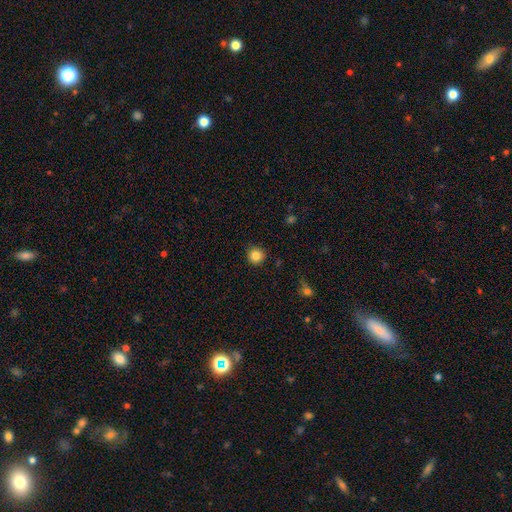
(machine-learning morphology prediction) Smooth or featured: smooth — 84% (star or artifact — 11%)
How rounded: round — 94% (in between — 5%)
Merging: none — 90% (minor disturbance — 6%)